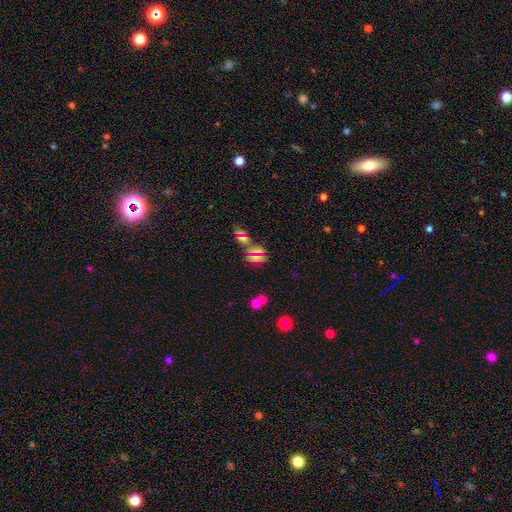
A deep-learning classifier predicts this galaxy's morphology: This is marginally a smooth galaxy (45%). Merging: possibly none (56%).